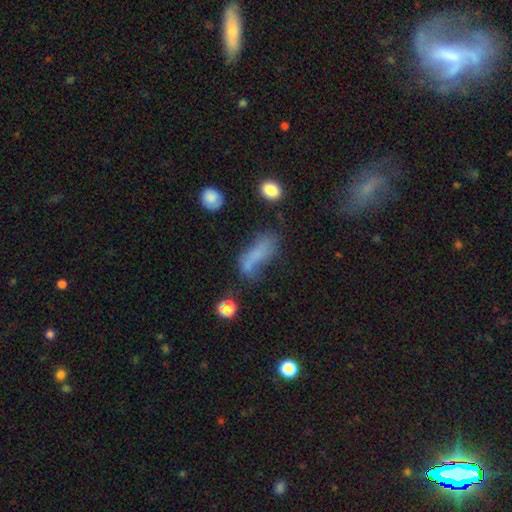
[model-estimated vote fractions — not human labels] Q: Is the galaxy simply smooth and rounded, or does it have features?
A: smooth — 63%.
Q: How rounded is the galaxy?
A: in between — 58%.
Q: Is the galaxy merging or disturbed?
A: none — 35%.